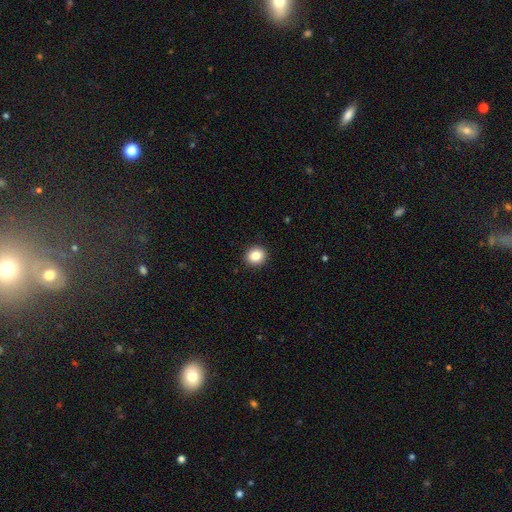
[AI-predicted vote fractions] Morphology: type=smooth (85%); roundness=round (82%); merging=none (92%).